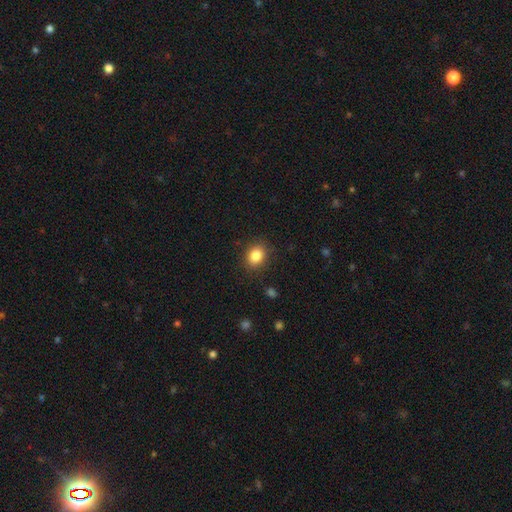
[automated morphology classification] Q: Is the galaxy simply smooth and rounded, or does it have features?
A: smooth — 85%.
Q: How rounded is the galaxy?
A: round — 50%.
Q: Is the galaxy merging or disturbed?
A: none — 87%.